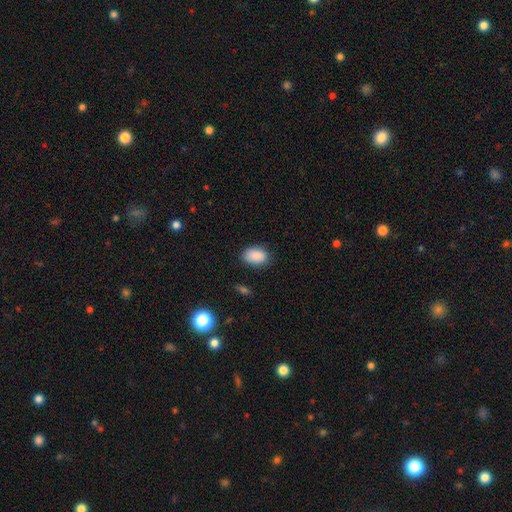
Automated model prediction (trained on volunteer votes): smooth-or-featured: smooth: 88% | star or artifact: 8% | featured or disk: 4%
  how-rounded: in between: 87% | round: 12% | cigar-shaped: 1%
  merging: none: 82% | minor disturbance: 14% | major disturbance: 3% | merger: 1%